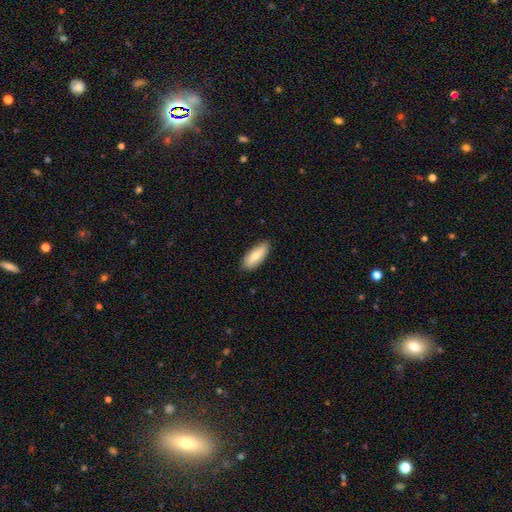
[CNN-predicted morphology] Smooth or featured: smooth — 75% (featured or disk — 20%)
How rounded: in between — 68% (cigar-shaped — 30%)
Merging: none — 86% (minor disturbance — 11%)